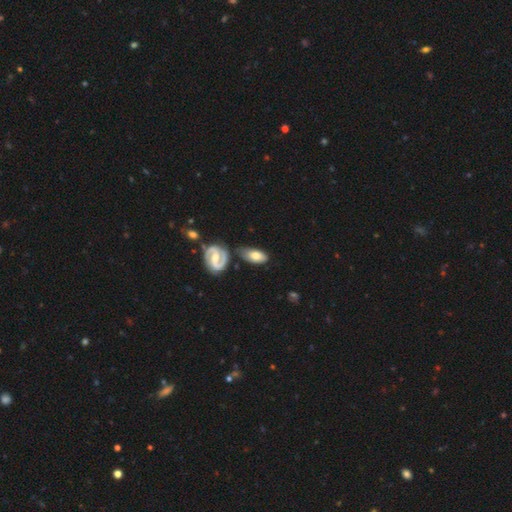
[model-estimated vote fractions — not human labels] A smooth galaxy with no disk features (57%) that is in between round and cigar-shaped (89%). Merging: none (65%).